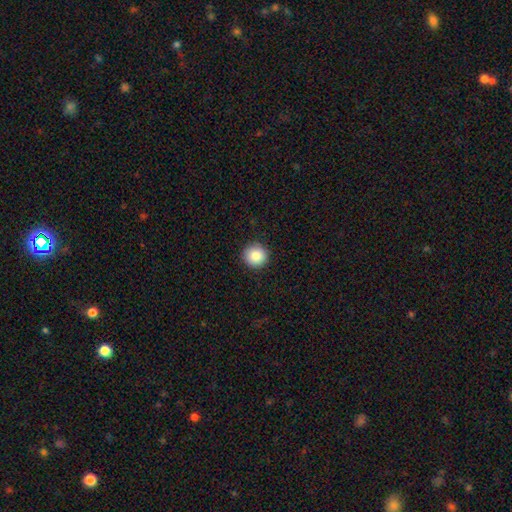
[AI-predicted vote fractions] Smooth or featured: smooth — 86% (star or artifact — 9%)
How rounded: round — 95% (in between — 4%)
Merging: none — 92% (minor disturbance — 6%)